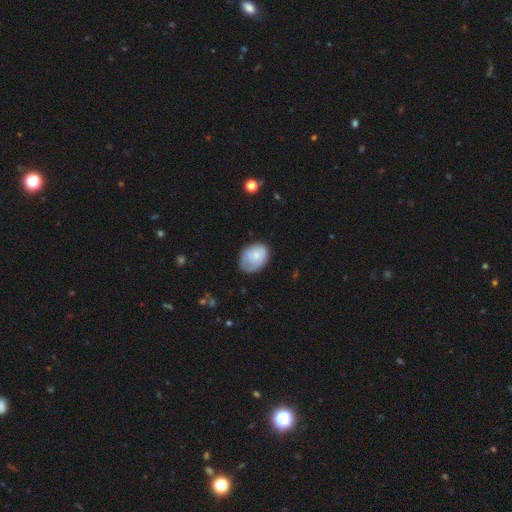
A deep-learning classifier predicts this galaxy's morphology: smooth 67%, featured or disk 26%, star or artifact 7%. Down the decision tree: how rounded — in between (70%); merging — none (61%).